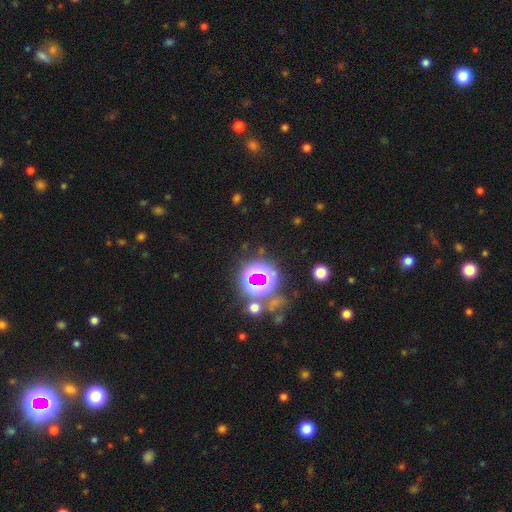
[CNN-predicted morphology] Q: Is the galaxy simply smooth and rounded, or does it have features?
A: star or artifact — 64%.